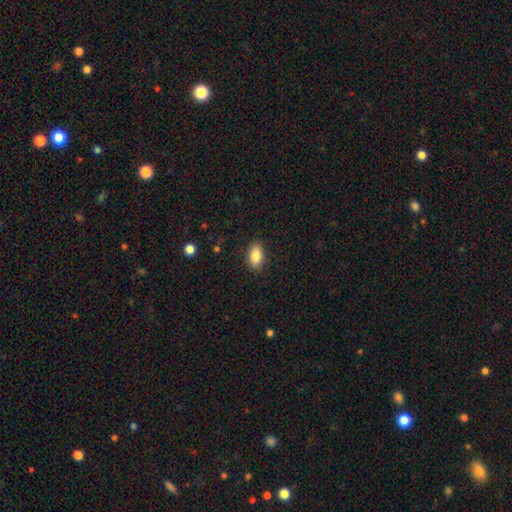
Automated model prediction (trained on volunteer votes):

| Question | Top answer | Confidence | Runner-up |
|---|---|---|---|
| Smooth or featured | smooth | 85% | star or artifact (8%) |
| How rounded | in between | 90% | round (6%) |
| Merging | none | 87% | minor disturbance (10%) |